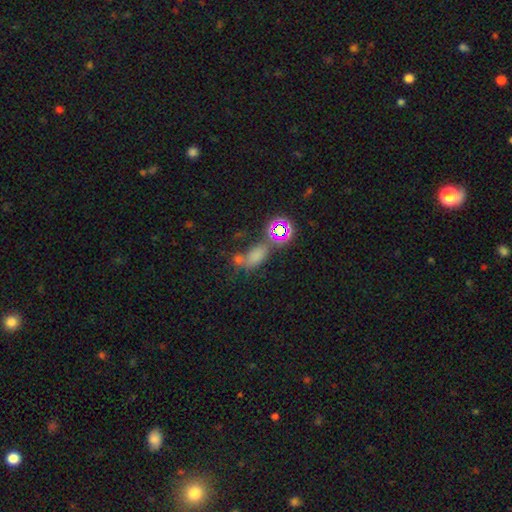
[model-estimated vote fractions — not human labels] Morphology: type=smooth (58%); roundness=in between (74%); merging=none (37%).